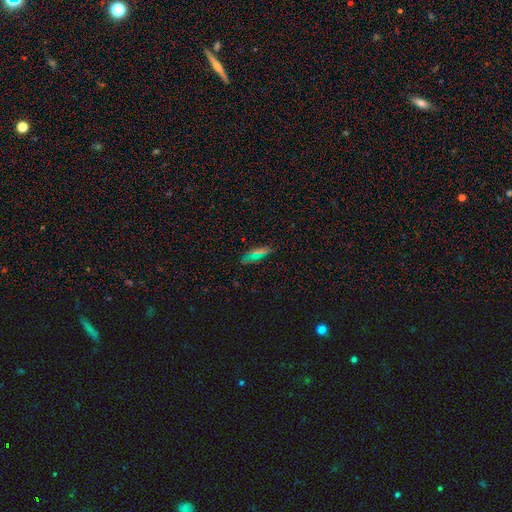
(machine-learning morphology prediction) A smooth galaxy with no disk features (60%) that is in between round and cigar-shaped (72%).

Vote fractions:
- Smooth or featured? smooth: 60% / star or artifact: 28% / featured or disk: 11%
- How rounded? in between: 72% / cigar-shaped: 22% / round: 6%
- Merging? none: 80% / minor disturbance: 14% / major disturbance: 4% / merger: 2%